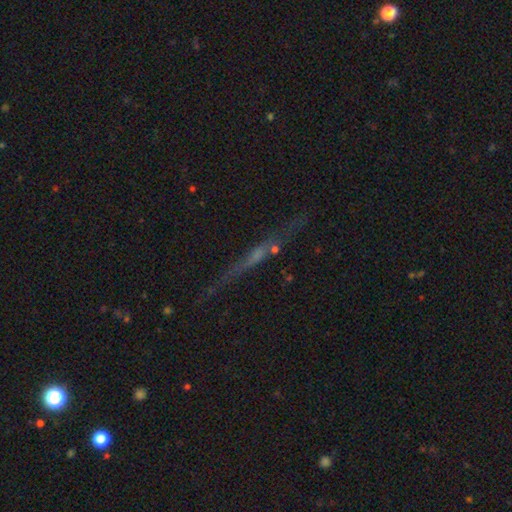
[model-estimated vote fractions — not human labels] Smooth or featured? Predicted: featured or disk (p=0.50). Edge-on disk? Predicted: yes (p=0.84). Merging? Predicted: none (p=0.75).